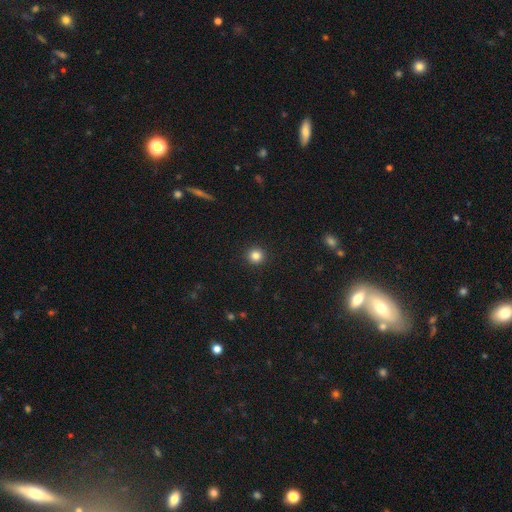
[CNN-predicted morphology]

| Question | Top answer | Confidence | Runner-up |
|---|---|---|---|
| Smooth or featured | smooth | 84% | star or artifact (12%) |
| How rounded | round | 95% | in between (4%) |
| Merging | none | 93% | minor disturbance (4%) |